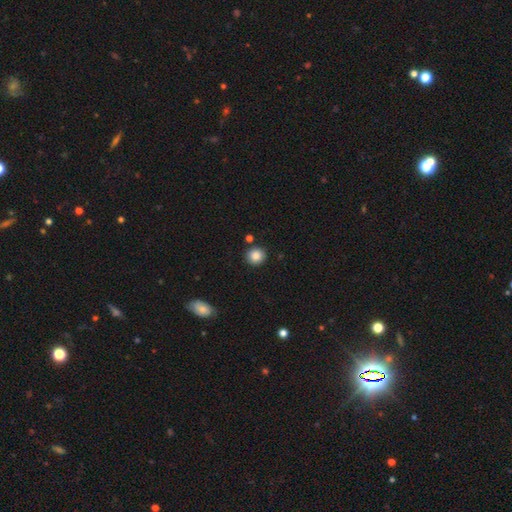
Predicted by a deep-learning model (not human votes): smooth-or-featured: smooth: 87% | star or artifact: 9% | featured or disk: 4%
  how-rounded: round: 90% | in between: 9% | cigar-shaped: 1%
  merging: none: 87% | minor disturbance: 7% | merger: 4% | major disturbance: 2%